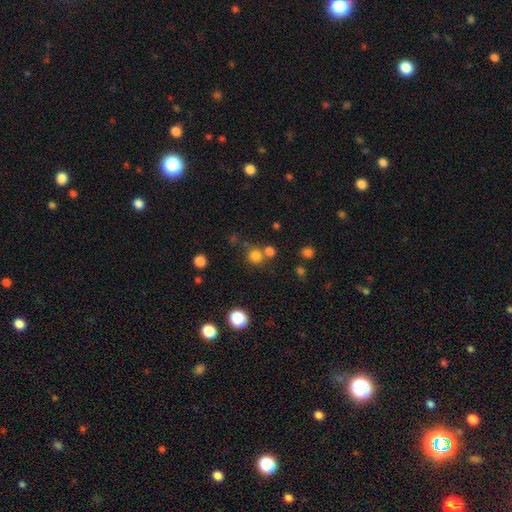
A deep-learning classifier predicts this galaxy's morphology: Overall: smooth (77%). How rounded: round (90%). Merging: none (63%; merger 24%).